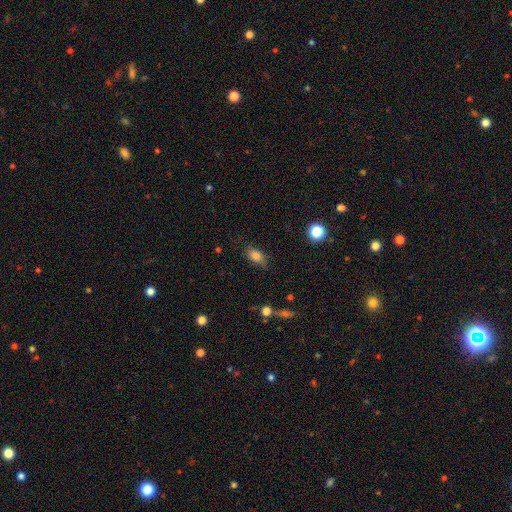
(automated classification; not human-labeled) A smooth galaxy with no disk features (81%) that is in between round and cigar-shaped (85%).

Vote fractions:
- Smooth or featured? smooth: 81% / star or artifact: 10% / featured or disk: 9%
- How rounded? in between: 85% / round: 9% / cigar-shaped: 6%
- Merging? none: 73% / minor disturbance: 21% / major disturbance: 5% / merger: 2%